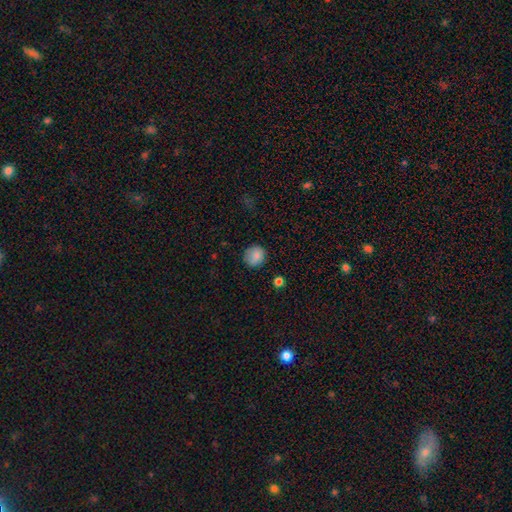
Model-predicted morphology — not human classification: Overall: smooth (85%). How rounded: round (89%). Merging: none (84%).